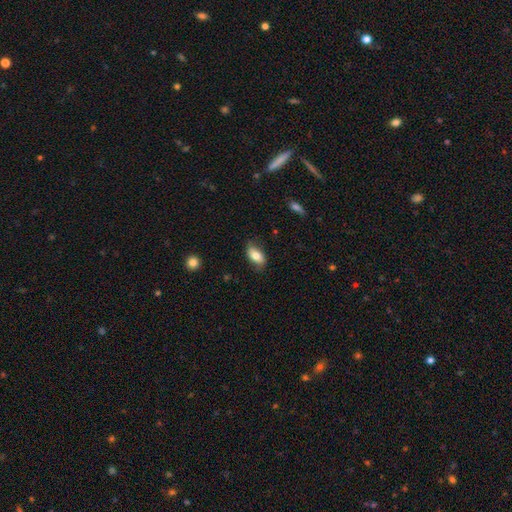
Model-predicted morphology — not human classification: smooth 77%, featured or disk 16%, star or artifact 7%. Down the decision tree: how rounded — in between (91%); merging — none (76%).